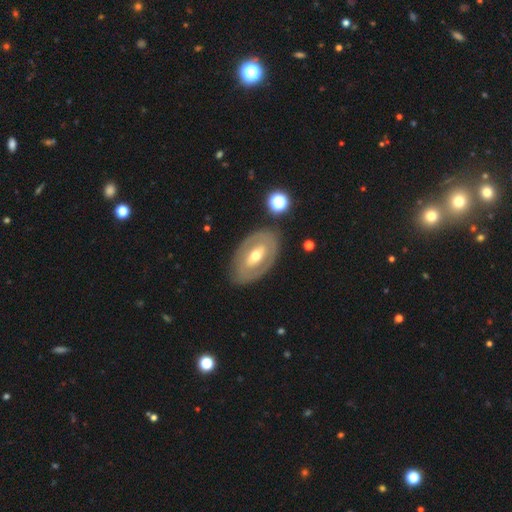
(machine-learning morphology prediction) Smooth or featured? Predicted: featured or disk (p=0.66). Edge-on disk? Predicted: no (p=0.91). Bar? Predicted: no (p=0.40). Spiral arms? Predicted: no (p=0.71). Bulge size? Predicted: moderate (p=0.66). Merging? Predicted: none (p=0.81).